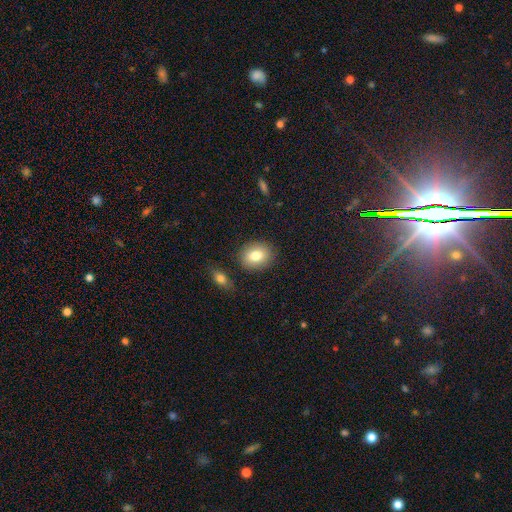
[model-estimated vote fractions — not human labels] A smooth galaxy with no disk features (81%) that is round (51%).

Vote fractions:
- Smooth or featured? smooth: 81% / featured or disk: 11% / star or artifact: 8%
- How rounded? round: 51% / in between: 48% / cigar-shaped: 1%
- Merging? none: 84% / minor disturbance: 9% / merger: 4% / major disturbance: 3%